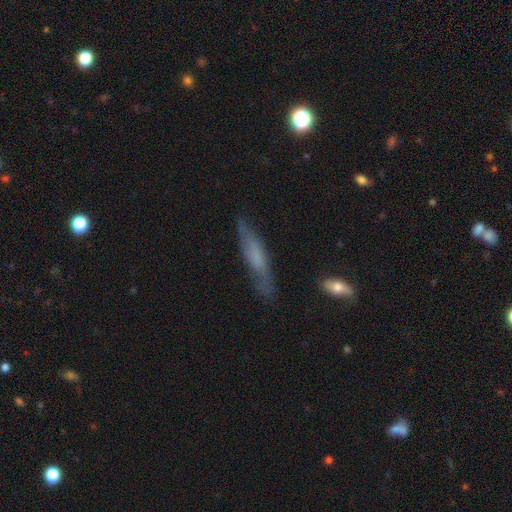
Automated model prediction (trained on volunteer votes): Smooth or featured: smooth — 46% (featured or disk — 44%)
Merging: none — 74% (minor disturbance — 19%)